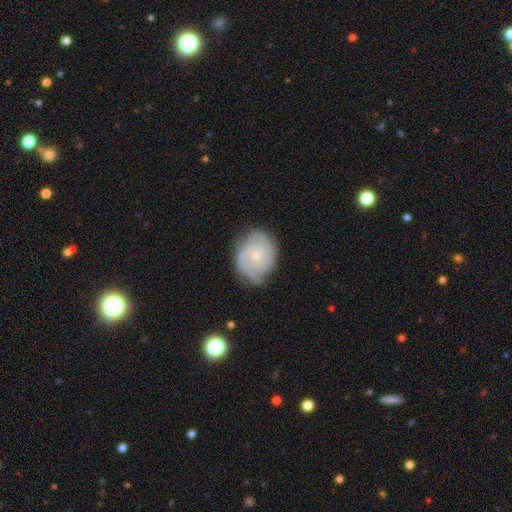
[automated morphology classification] Overall: featured or disk (71%). Edge-on disk: no (98%). Bar: no (77%). Spiral arms: yes (90%). Spiral arm count: 2 (44%; can't tell 28%). Spiral winding: tight (56%; medium 34%). Bulge size: small (76%). Merging: none (65%; minor disturbance 25%).